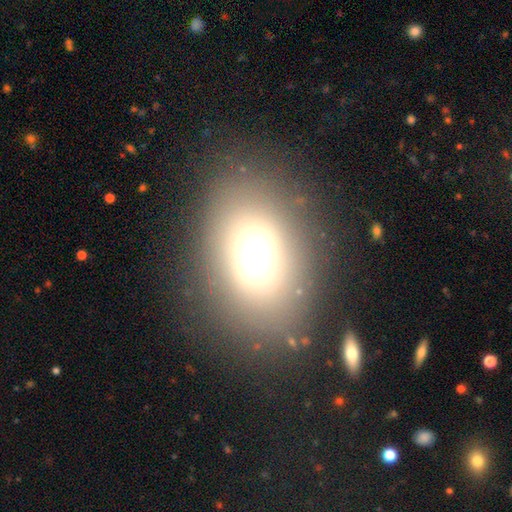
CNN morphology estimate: The model was most divided on "smooth or featured": smooth: 62%, featured or disk: 19%, star or artifact: 18%. More confident: merging — none (78%); how rounded — in between (74%).